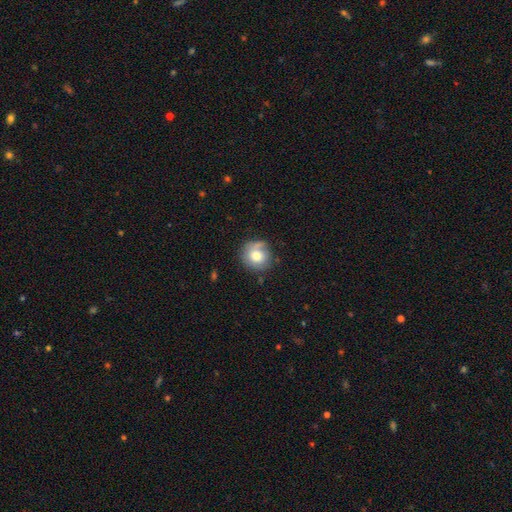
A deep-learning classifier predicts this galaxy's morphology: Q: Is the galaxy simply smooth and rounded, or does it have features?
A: smooth — 74%.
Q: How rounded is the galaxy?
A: round — 88%.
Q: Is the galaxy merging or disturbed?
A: none — 67%.